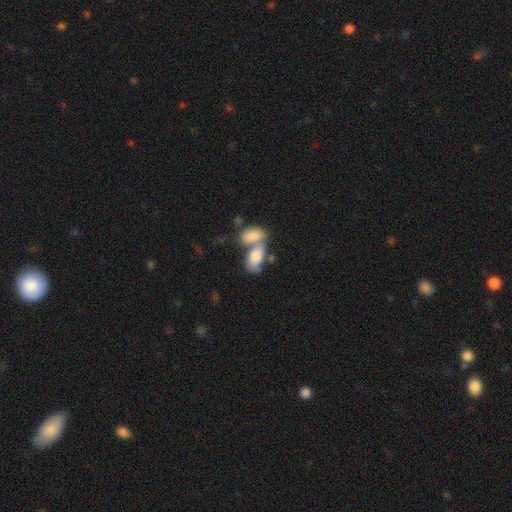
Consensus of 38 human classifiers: Smooth or featured: smooth — 79% (featured or disk — 16%)
How rounded: in between — 97% (cigar-shaped — 3%)
Merging: merger — 61% (minor disturbance — 17%)